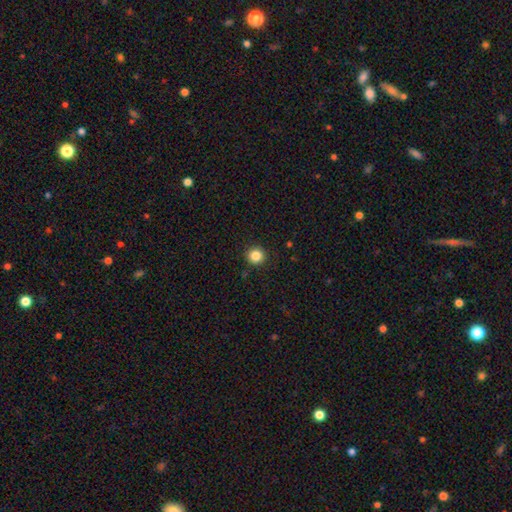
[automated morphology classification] smooth-or-featured: smooth: 85% | star or artifact: 11% | featured or disk: 4%
  how-rounded: round: 94% | in between: 5% | cigar-shaped: 1%
  merging: none: 92% | minor disturbance: 5% | major disturbance: 2% | merger: 1%